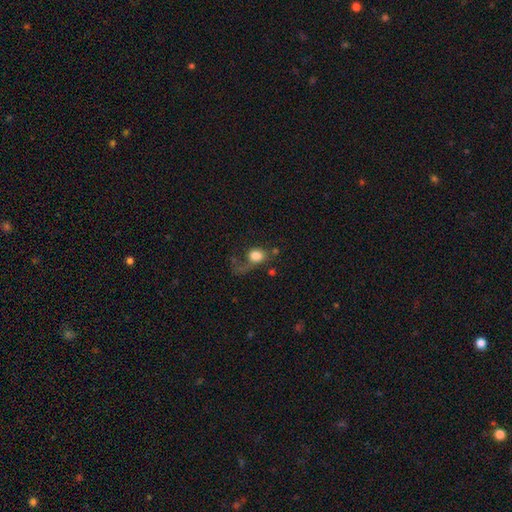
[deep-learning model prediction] This appears to be a smooth galaxy with no disk features (73%) that is round (61%). Merging: major disturbance (45%).